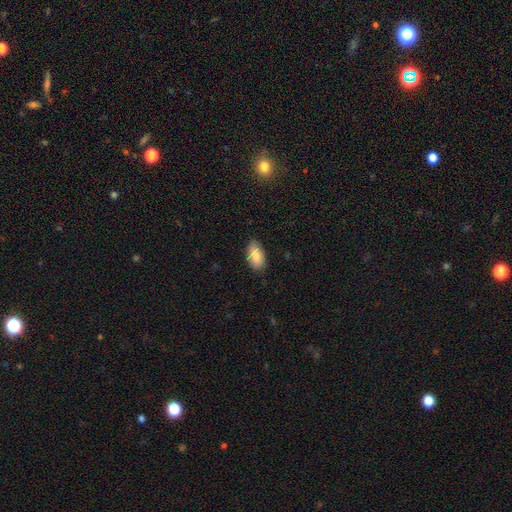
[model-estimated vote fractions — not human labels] Morphology: type=smooth (84%); roundness=in between (94%); merging=none (83%).